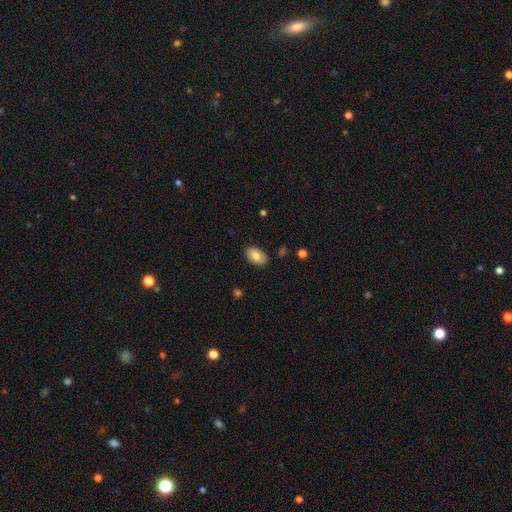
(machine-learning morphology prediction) smooth 79%, featured or disk 14%, star or artifact 7%. Down the decision tree: how rounded — in between (91%); merging — none (79%).